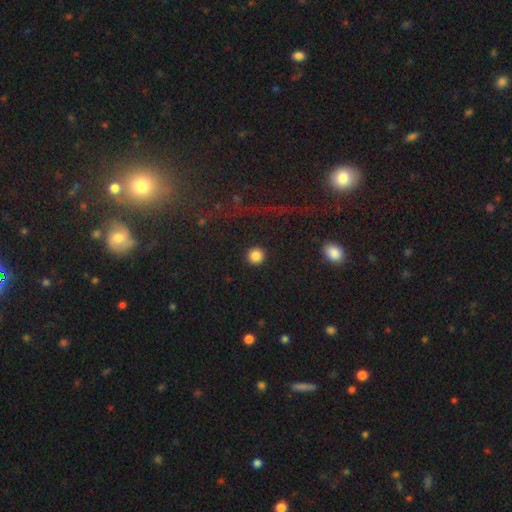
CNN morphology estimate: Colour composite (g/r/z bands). It shows a smooth galaxy with no disk features (85%) that is round (95%). Merging: none (92%).